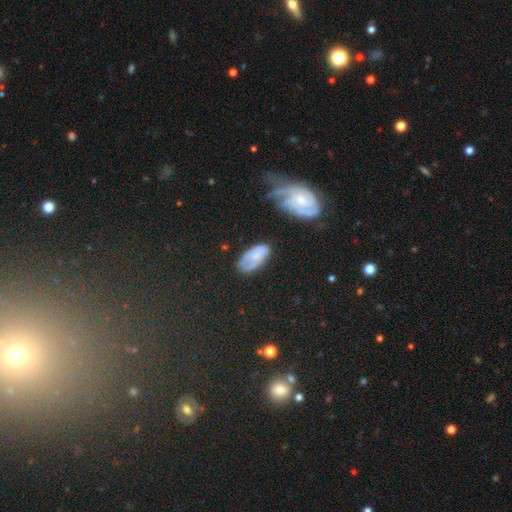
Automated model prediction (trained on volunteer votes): smooth_or_featured: featured or disk (p=0.44) [alt: smooth p=0.43]
merging: none (p=0.58) [alt: minor disturbance p=0.27]